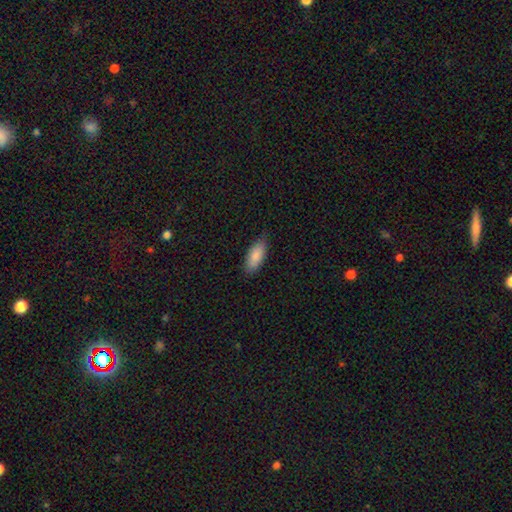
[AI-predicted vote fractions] A smooth galaxy with no disk features (87%) that is in between round and cigar-shaped (80%).

Vote fractions:
- Smooth or featured? smooth: 87% / featured or disk: 7% / star or artifact: 6%
- How rounded? in between: 80% / cigar-shaped: 18% / round: 2%
- Merging? none: 81% / minor disturbance: 16% / major disturbance: 2% / merger: 1%